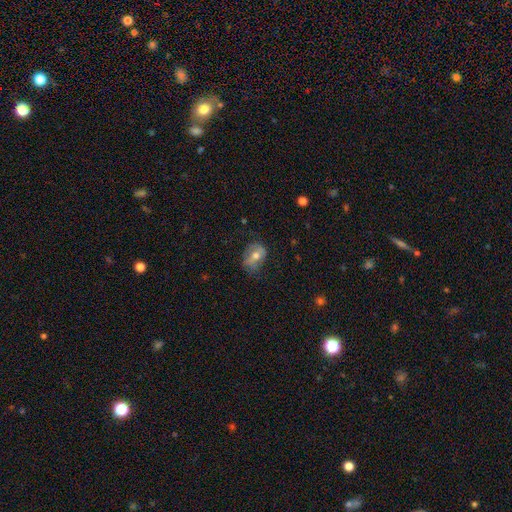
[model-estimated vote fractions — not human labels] Morphology: type=smooth (49%); merging=none (65%).